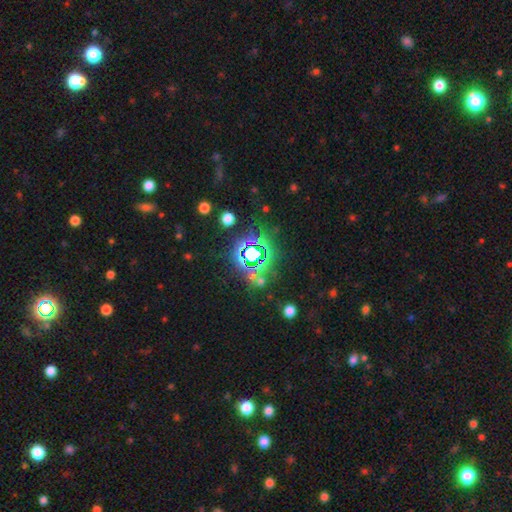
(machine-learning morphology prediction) Smooth or featured? Predicted: star or artifact (p=0.78).